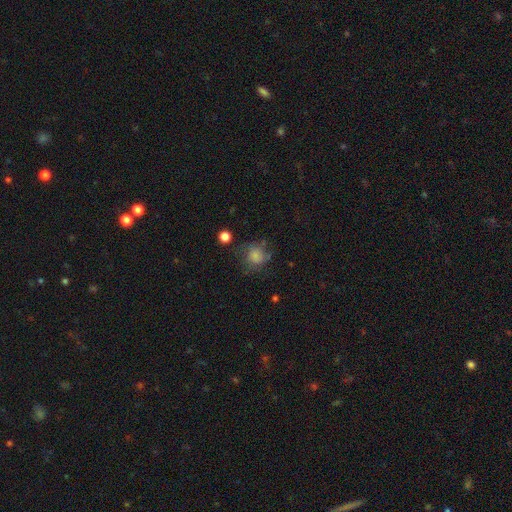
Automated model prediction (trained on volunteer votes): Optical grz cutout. It shows a smooth galaxy with no disk features (70%) that is round (79%). Merging: none (56%).